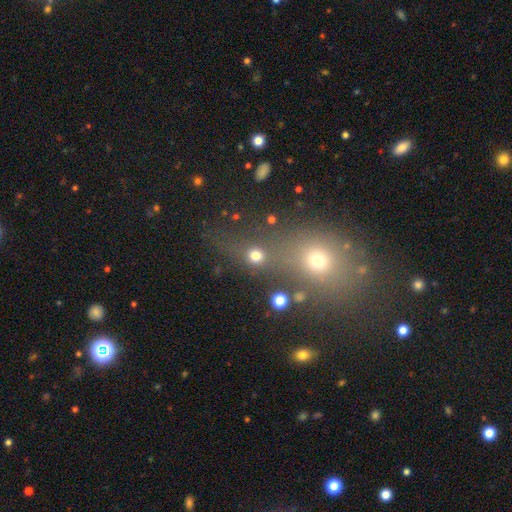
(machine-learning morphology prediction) A smooth galaxy with no disk features (74%) that is round (85%). Merging: none (54%).